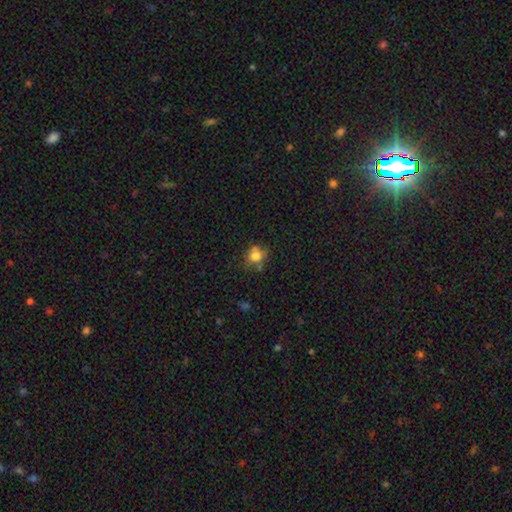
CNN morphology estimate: Overall: smooth (75%). How rounded: round (71%). Merging: none (62%).